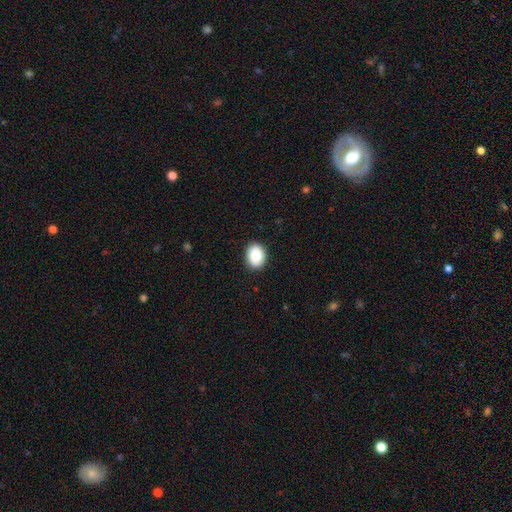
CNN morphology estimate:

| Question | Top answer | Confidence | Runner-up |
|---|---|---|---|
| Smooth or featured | smooth | 89% | star or artifact (8%) |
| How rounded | in between | 64% | round (35%) |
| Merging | none | 89% | minor disturbance (8%) |